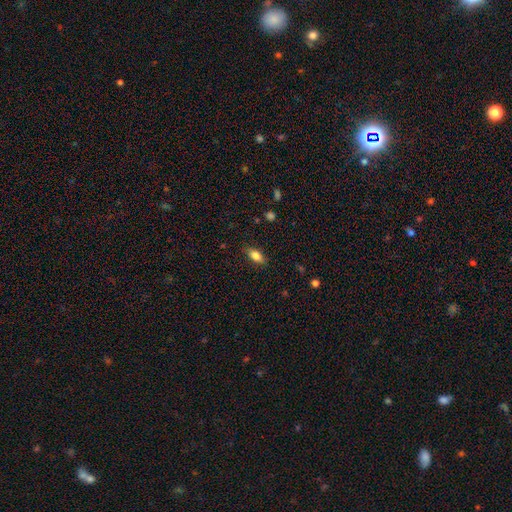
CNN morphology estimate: Q: Smooth or featured?
A: smooth (82%); runner-up: featured or disk (10%)
Q: How rounded?
A: in between (85%); runner-up: cigar-shaped (11%)
Q: Merging?
A: none (85%); runner-up: minor disturbance (11%)